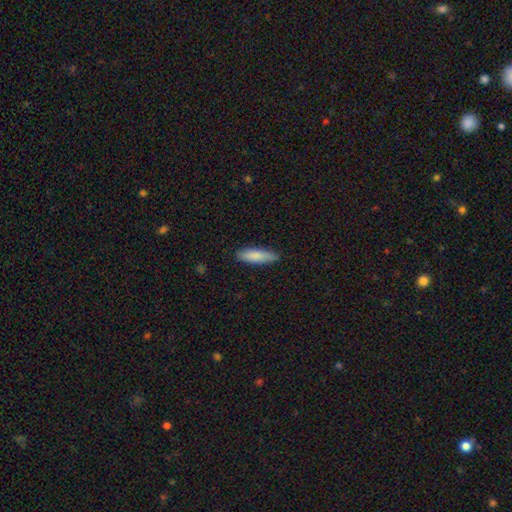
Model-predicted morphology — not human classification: This appears to be a smooth galaxy with no disk features (84%) that is cigar-shaped (59%). Merging: none (84%).